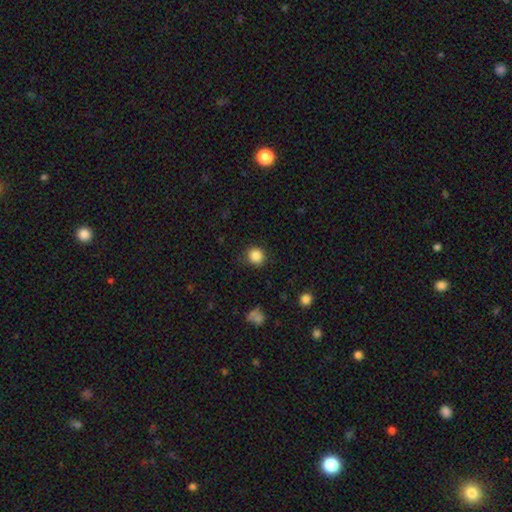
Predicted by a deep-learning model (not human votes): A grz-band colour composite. It shows a smooth galaxy with no disk features (86%) that is round (89%). Merging: none (88%).